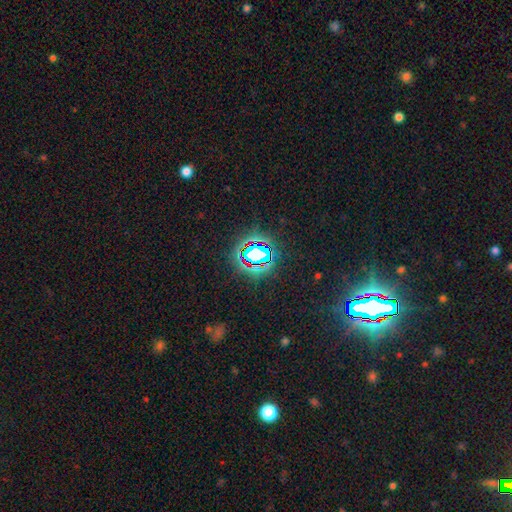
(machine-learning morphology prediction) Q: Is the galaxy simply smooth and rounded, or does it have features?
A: star or artifact — 73%.